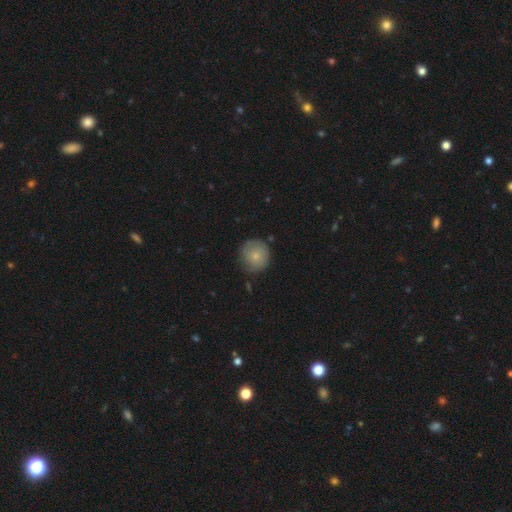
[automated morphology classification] Smooth or featured? smooth (71%)
How rounded? round (92%)
Merging? none (73%)